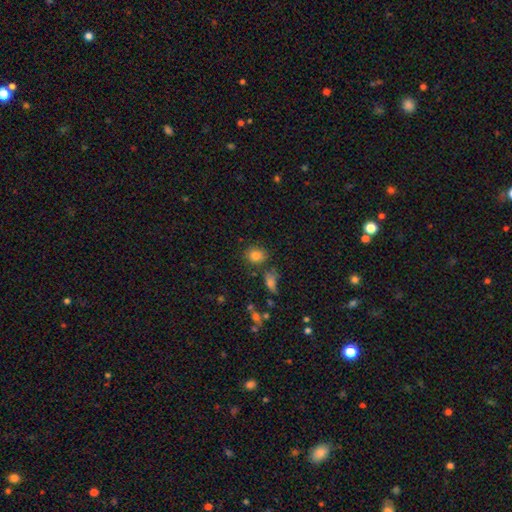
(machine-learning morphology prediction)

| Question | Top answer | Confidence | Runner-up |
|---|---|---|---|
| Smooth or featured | smooth | 82% | star or artifact (11%) |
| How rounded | round | 53% | in between (46%) |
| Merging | none | 76% | minor disturbance (12%) |